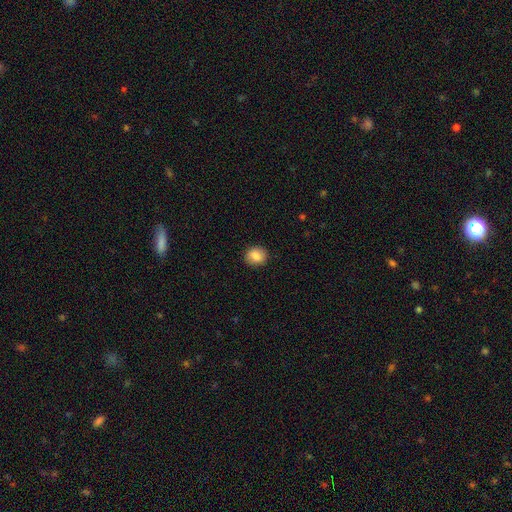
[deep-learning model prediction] Q: Smooth or featured?
A: smooth (86%); runner-up: star or artifact (8%)
Q: How rounded?
A: round (73%); runner-up: in between (26%)
Q: Merging?
A: none (90%); runner-up: minor disturbance (7%)